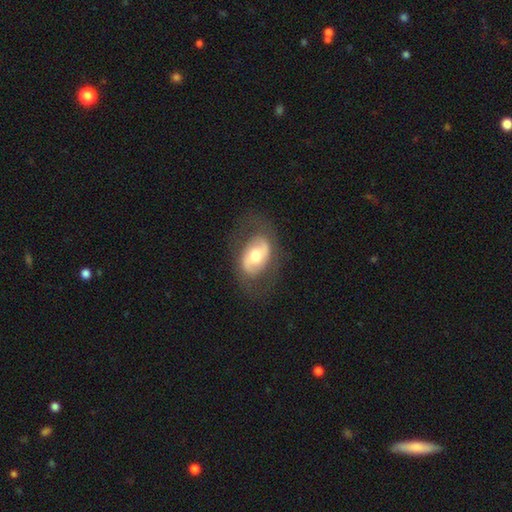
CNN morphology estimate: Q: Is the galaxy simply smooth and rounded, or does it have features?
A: featured or disk — 63%.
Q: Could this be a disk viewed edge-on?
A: no — 94%.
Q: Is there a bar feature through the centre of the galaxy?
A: no — 44%.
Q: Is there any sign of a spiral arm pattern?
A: yes — 60%.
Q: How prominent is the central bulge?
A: moderate — 67%.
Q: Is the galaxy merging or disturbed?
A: none — 70%.